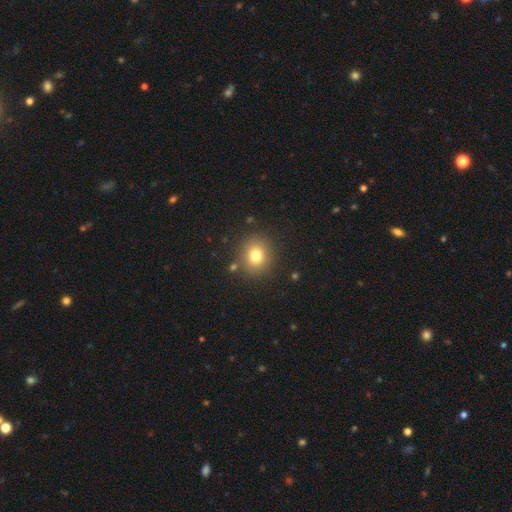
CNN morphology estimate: Smooth or featured? smooth (78%)
How rounded? round (82%)
Merging? none (86%)